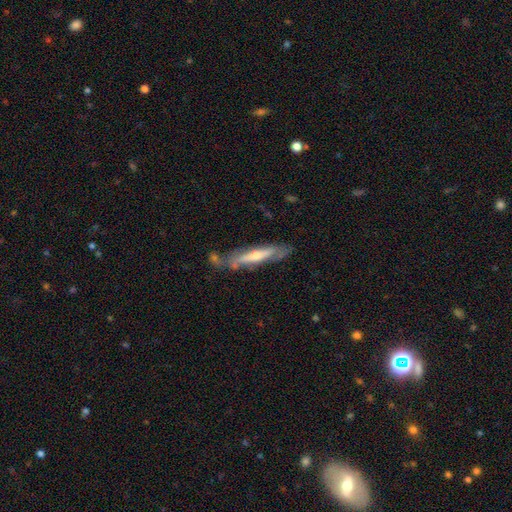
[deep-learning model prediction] The model was most divided on "smooth or featured": featured or disk: 59%, smooth: 35%, star or artifact: 6%. More confident: edge-on disk — yes (69%); merging — none (63%).